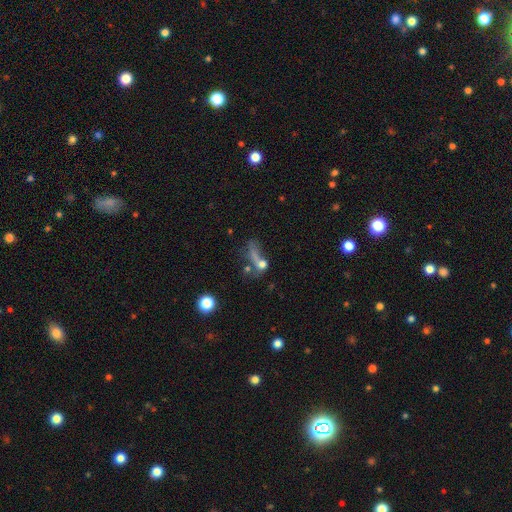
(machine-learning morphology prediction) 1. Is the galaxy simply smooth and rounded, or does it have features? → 45% smooth, 29% featured or disk, 26% star or artifact.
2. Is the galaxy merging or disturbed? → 30% none (tied), 30% merger (tied), 28% major disturbance, 13% minor disturbance.